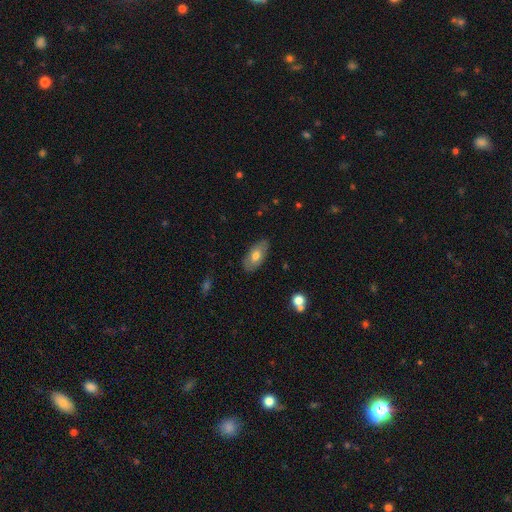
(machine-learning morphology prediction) The model was most divided on "smooth or featured": smooth: 65%, featured or disk: 29%, star or artifact: 6%. More confident: how rounded — in between (93%); merging — none (81%).